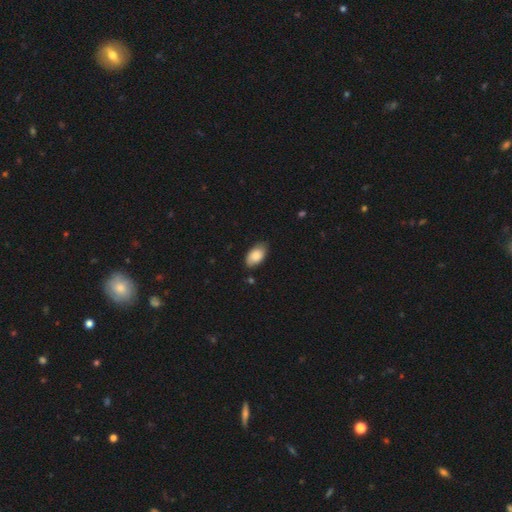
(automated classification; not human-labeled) Overall: smooth (86%). How rounded: in between (94%). Merging: none (76%).